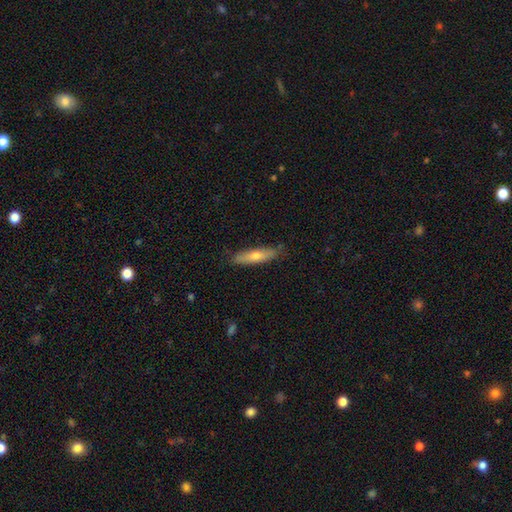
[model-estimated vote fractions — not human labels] smooth_or_featured: smooth (p=0.61) [alt: featured or disk p=0.33]
how_rounded: cigar-shaped (p=0.79) [alt: in between p=0.20]
merging: none (p=0.84) [alt: minor disturbance p=0.12]